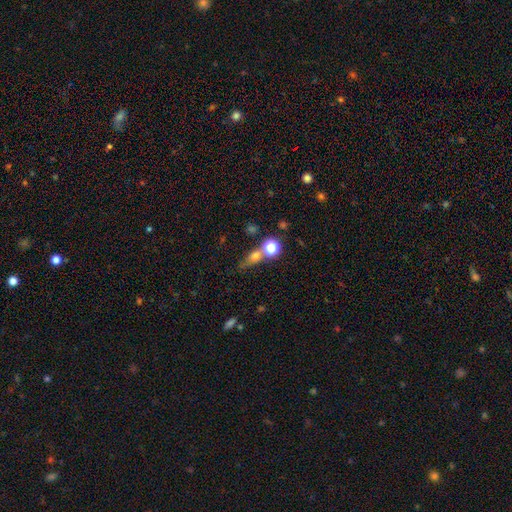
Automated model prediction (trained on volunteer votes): Morphology: type=smooth (63%); roundness=round (49%); merging=none (52%).